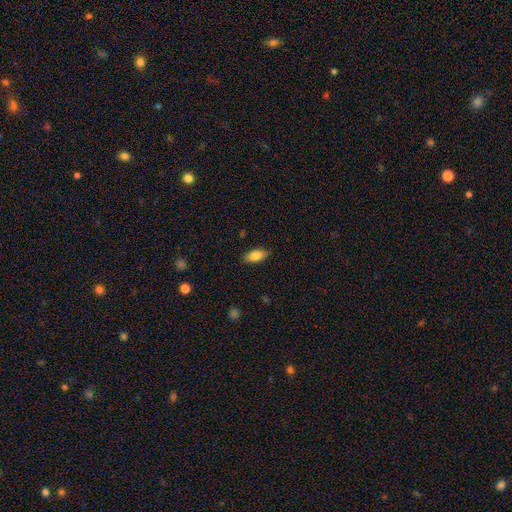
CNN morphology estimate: smooth 83%, featured or disk 10%, star or artifact 7%. Down the decision tree: how rounded — in between (90%); merging — none (87%).